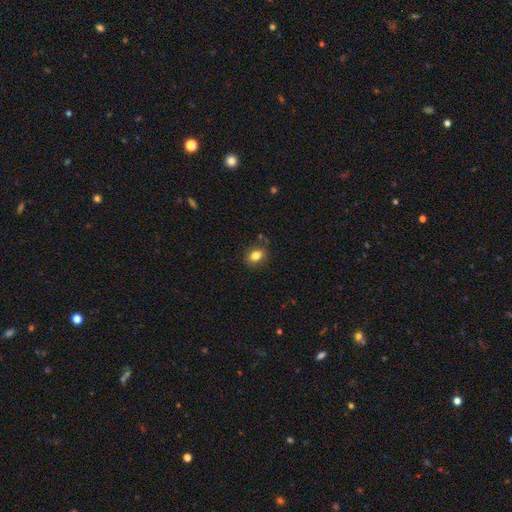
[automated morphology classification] Smooth or featured? Predicted: smooth (p=0.82). How rounded? Predicted: in between (p=0.59). Merging? Predicted: none (p=0.83).